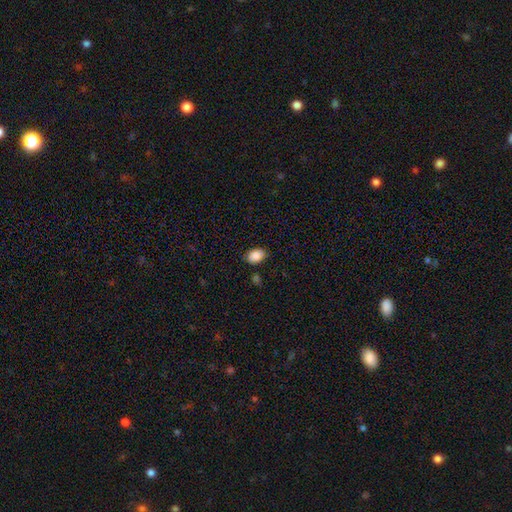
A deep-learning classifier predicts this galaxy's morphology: A smooth galaxy with no disk features (87%) that is in between round and cigar-shaped (80%).

Vote fractions:
- Smooth or featured? smooth: 87% / star or artifact: 8% / featured or disk: 5%
- How rounded? in between: 80% / round: 18% / cigar-shaped: 1%
- Merging? none: 81% / minor disturbance: 13% / merger: 3% / major disturbance: 3%